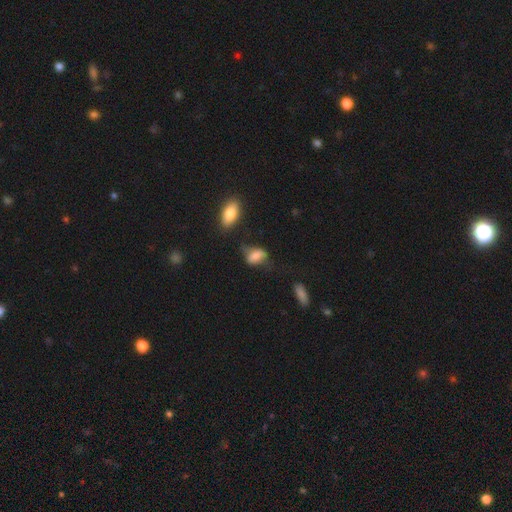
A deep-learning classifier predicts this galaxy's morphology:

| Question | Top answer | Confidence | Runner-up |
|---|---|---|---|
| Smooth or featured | smooth | 71% | featured or disk (19%) |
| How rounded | in between | 86% | round (9%) |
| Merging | none | 40% | minor disturbance (32%) |